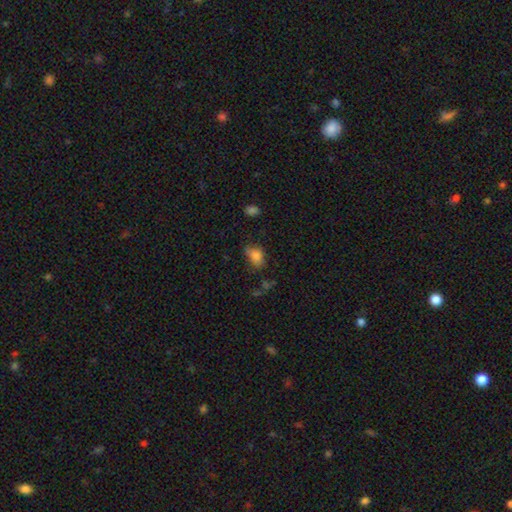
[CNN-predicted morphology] A smooth galaxy with no disk features (81%) that is in between round and cigar-shaped (74%). Merging: none (52%).